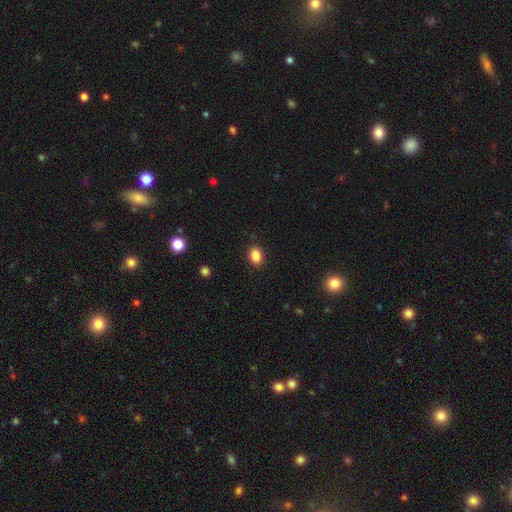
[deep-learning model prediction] This appears to be a smooth galaxy with no disk features (87%) that is in between round and cigar-shaped (76%). Merging: none (88%).